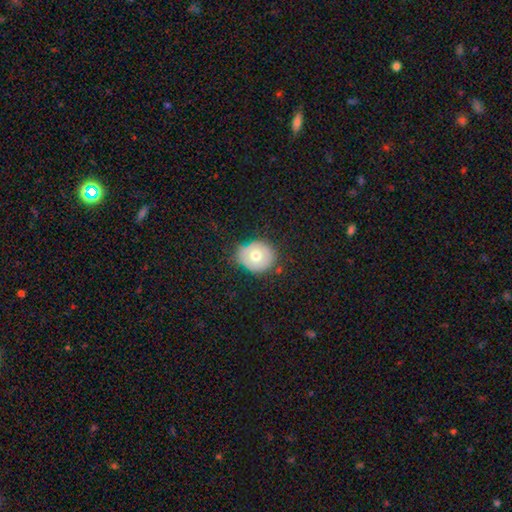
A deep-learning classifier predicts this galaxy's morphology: A smooth galaxy with no disk features (66%) that is round (73%).

Vote fractions:
- Smooth or featured? smooth: 66% / featured or disk: 25% / star or artifact: 9%
- How rounded? round: 73% / in between: 26% / cigar-shaped: 1%
- Merging? none: 65% / minor disturbance: 27% / major disturbance: 6% / merger: 2%